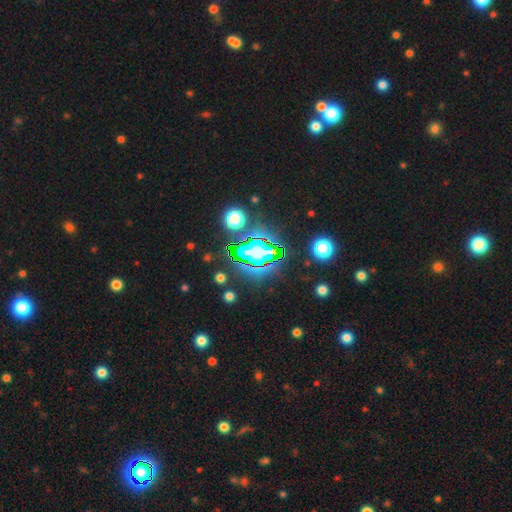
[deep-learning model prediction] Smooth or featured? star or artifact (83%)